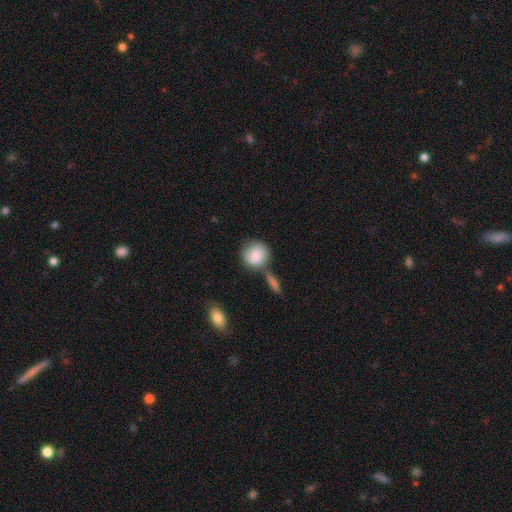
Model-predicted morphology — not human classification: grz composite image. It shows a smooth galaxy with no disk features (85%) that is round (85%). Merging: none (49%).